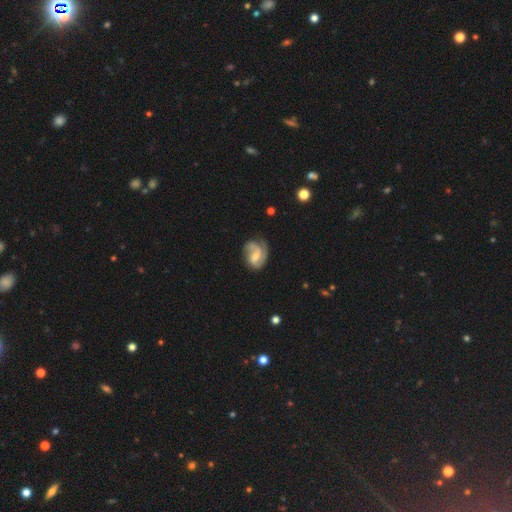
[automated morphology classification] Smooth or featured? Predicted: featured or disk (p=0.79). Edge-on disk? Predicted: no (p=0.98). Bar? Predicted: weak (p=0.51). Spiral arms? Predicted: yes (p=0.95). Spiral winding? Predicted: medium (p=0.48). Spiral arm count? Predicted: 2 (p=0.65). Bulge size? Predicted: small (p=0.48). Merging? Predicted: none (p=0.62).